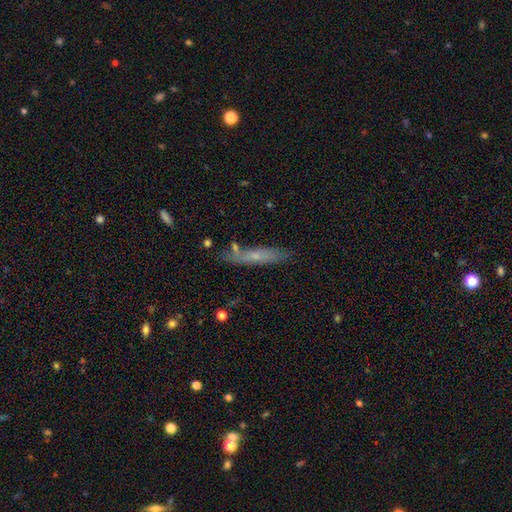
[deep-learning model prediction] Smooth or featured? smooth (51%)
How rounded? cigar-shaped (89%)
Merging? none (75%)